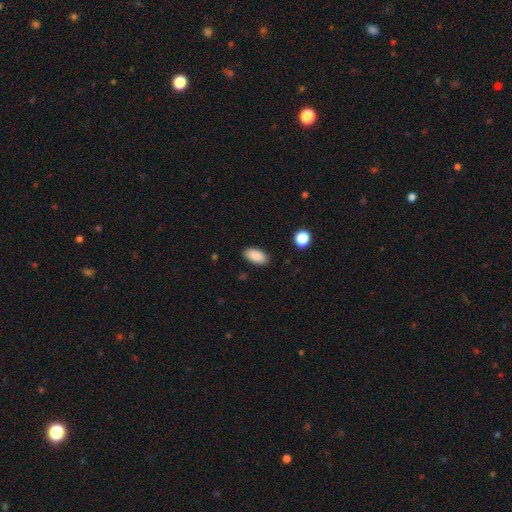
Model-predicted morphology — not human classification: Smooth or featured? smooth (89%)
How rounded? in between (94%)
Merging? none (87%)